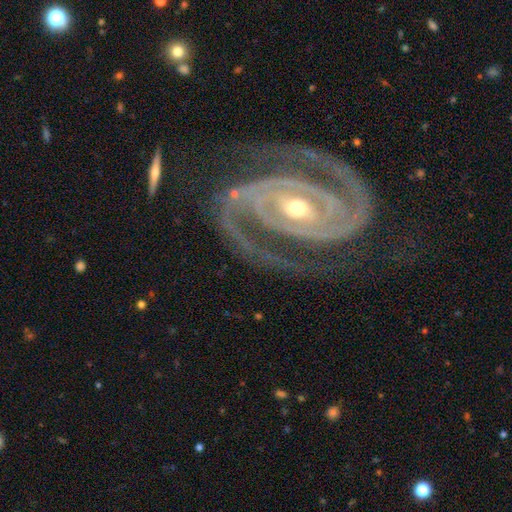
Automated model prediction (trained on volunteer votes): smooth_or_featured: featured or disk (p=0.94) [alt: star or artifact p=0.04]
disk_edge_on: no (p=0.98) [alt: yes p=0.02]
bar: strong (p=0.40) [alt: no p=0.31]
has_spiral_arms: yes (p=0.99) [alt: no p=0.01]
spiral_winding: tight (p=0.68) [alt: medium p=0.28]
spiral_arm_count: 2 (p=0.92) [alt: 3 p=0.03]
bulge_size: moderate (p=0.59) [alt: small p=0.36]
merging: none (p=0.78) [alt: minor disturbance p=0.14]